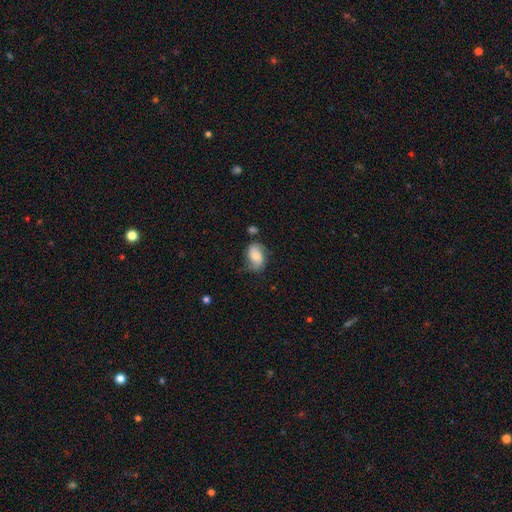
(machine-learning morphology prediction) This is possibly a smooth galaxy (57%). How rounded: clearly in between (81%). Merging: possibly none (56%).